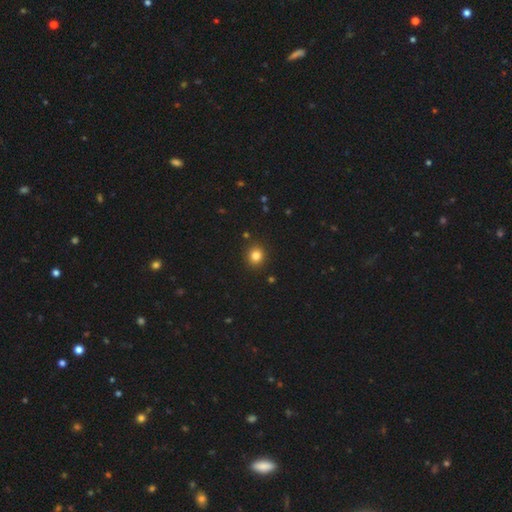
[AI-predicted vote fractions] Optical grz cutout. It shows a smooth galaxy with no disk features (81%) that is round (88%). Merging: none (91%).